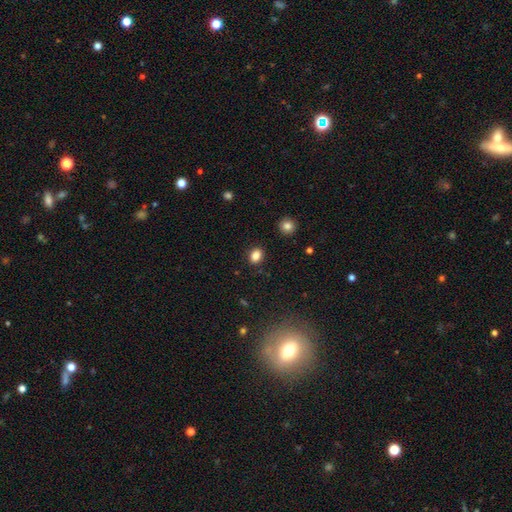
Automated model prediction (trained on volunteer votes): This is clearly a smooth galaxy (85%). How rounded: likely in between (60%). Merging: clearly none (89%).